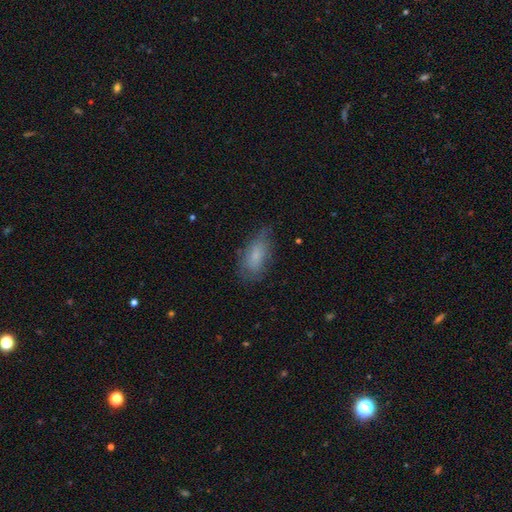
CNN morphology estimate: A smooth galaxy with no disk features (70%) that is in between round and cigar-shaped (85%). Merging: none (60%).